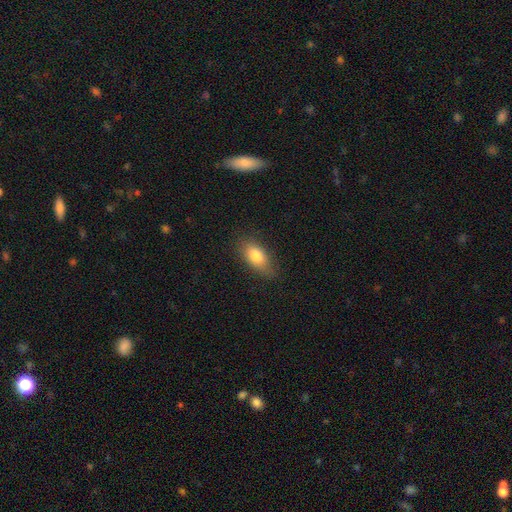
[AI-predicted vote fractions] A smooth galaxy with no disk features (80%) that is in between round and cigar-shaped (87%). Merging: none (76%).